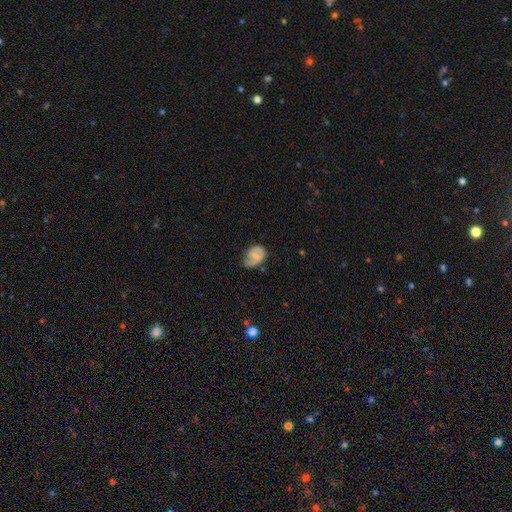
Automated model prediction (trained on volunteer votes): Morphology: type=smooth (50%); merging=none (42%).